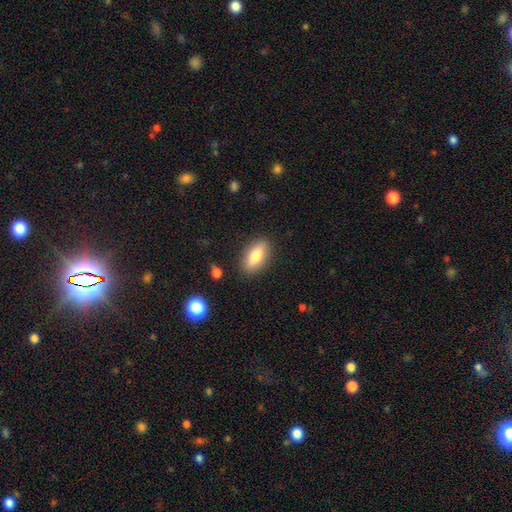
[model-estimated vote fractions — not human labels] This appears to be a smooth galaxy with no disk features (76%) that is in between round and cigar-shaped (79%). Merging: none (87%).